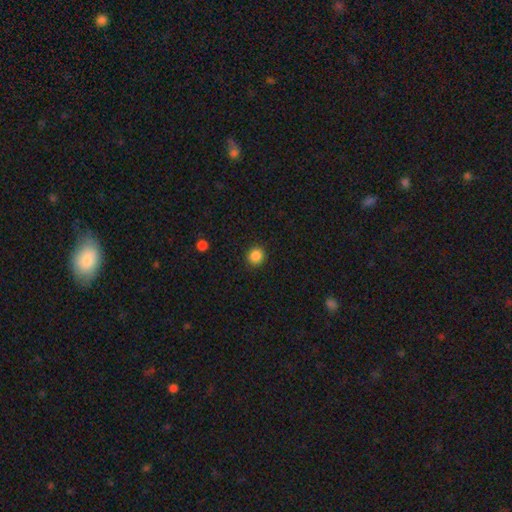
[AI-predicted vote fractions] Q: Smooth or featured?
A: smooth (87%); runner-up: star or artifact (11%)
Q: How rounded?
A: round (91%); runner-up: in between (8%)
Q: Merging?
A: none (92%); runner-up: minor disturbance (6%)